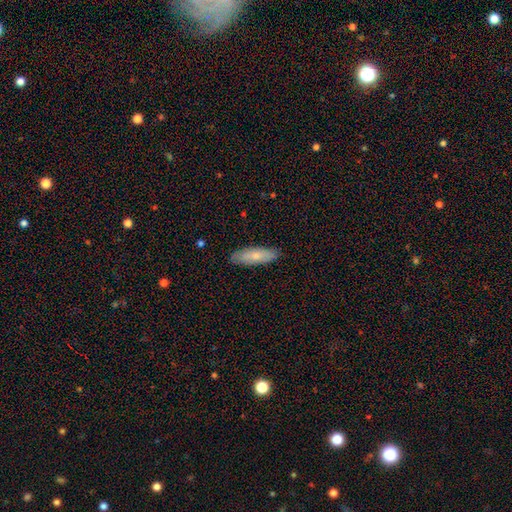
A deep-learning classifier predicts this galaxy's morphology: Q: Smooth or featured?
A: smooth (73%); runner-up: featured or disk (22%)
Q: How rounded?
A: in between (52%); runner-up: cigar-shaped (46%)
Q: Merging?
A: none (86%); runner-up: minor disturbance (11%)